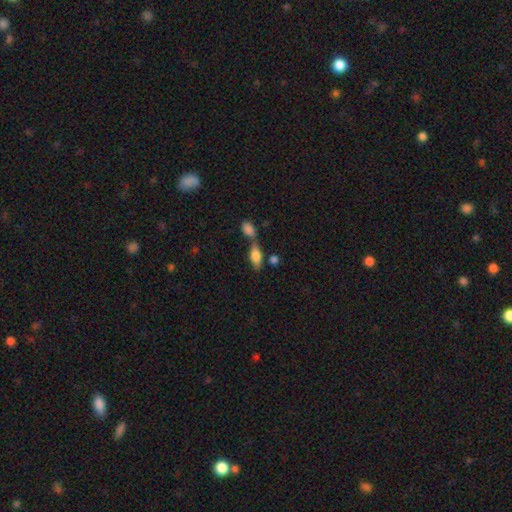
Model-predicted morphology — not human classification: smooth-or-featured: smooth: 66% | featured or disk: 26% | star or artifact: 8%
  how-rounded: in between: 72% | cigar-shaped: 24% | round: 5%
  merging: none: 51% | merger: 32% | minor disturbance: 12% | major disturbance: 5%